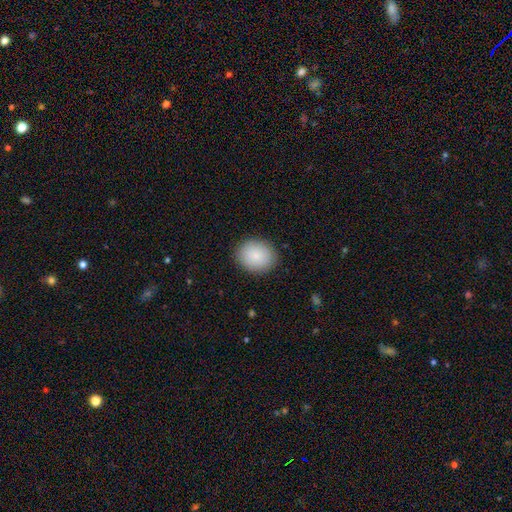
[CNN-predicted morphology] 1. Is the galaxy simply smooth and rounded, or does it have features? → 87% smooth, 7% star or artifact, 6% featured or disk.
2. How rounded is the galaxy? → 66% round, 33% in between, 1% cigar-shaped.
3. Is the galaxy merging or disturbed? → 88% none, 8% minor disturbance, 2% major disturbance, 1% merger.